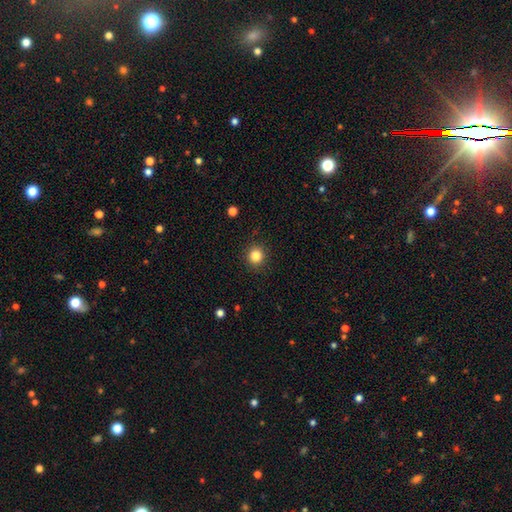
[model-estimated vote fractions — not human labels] Morphology: type=smooth (84%); roundness=round (93%); merging=none (91%).